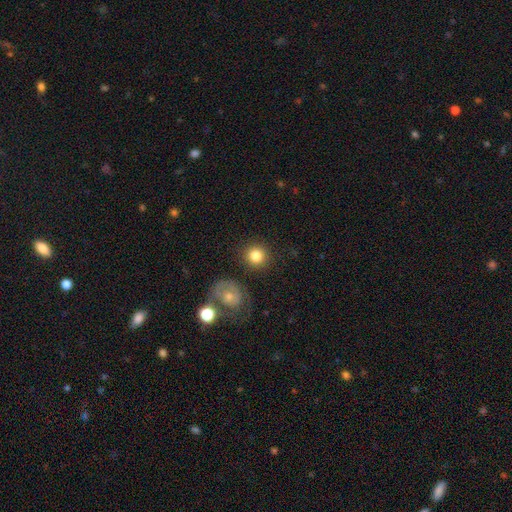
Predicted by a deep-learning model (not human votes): smooth_or_featured: smooth (p=0.83) [alt: star or artifact p=0.10]
how_rounded: round (p=0.92) [alt: in between p=0.07]
merging: none (p=0.85) [alt: minor disturbance p=0.08]